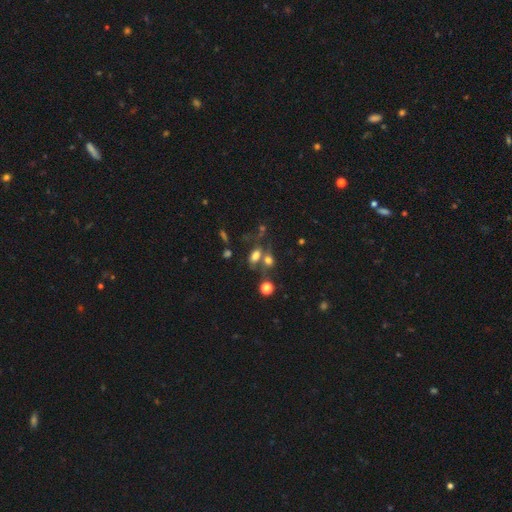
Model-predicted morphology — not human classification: Q: Smooth or featured?
A: smooth (65%); runner-up: featured or disk (19%)
Q: How rounded?
A: in between (79%); runner-up: round (15%)
Q: Merging?
A: merger (39%); runner-up: none (37%)